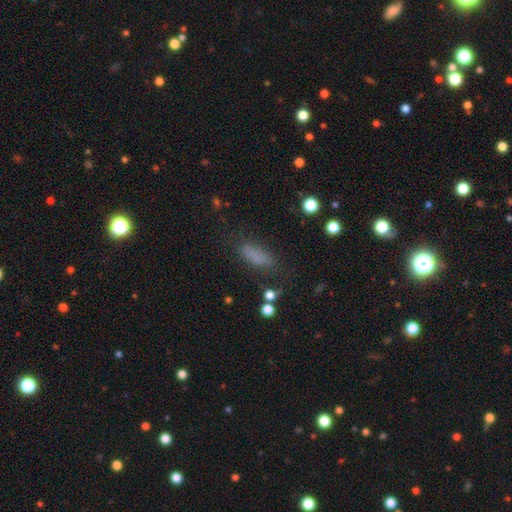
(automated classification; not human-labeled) A smooth galaxy with no disk features (73%) that is in between round and cigar-shaped (62%). Merging: none (64%).